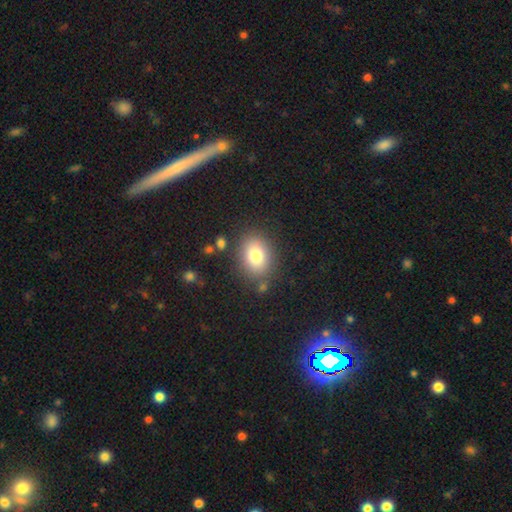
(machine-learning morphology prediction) type=smooth (80%); roundness=in between (63%); merging=none (80%).